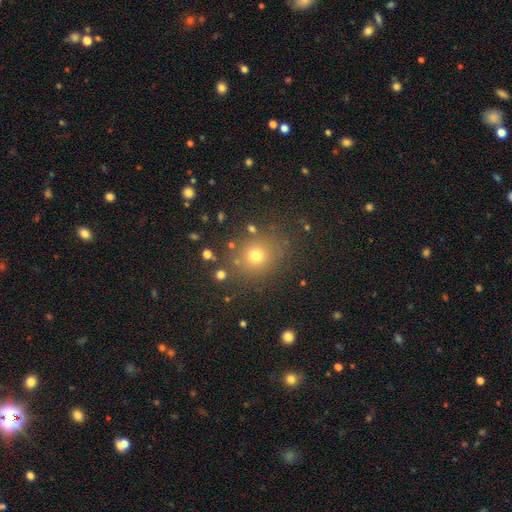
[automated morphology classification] Smooth or featured: smooth — 70% (star or artifact — 21%)
How rounded: round — 80% (in between — 19%)
Merging: none — 82% (minor disturbance — 10%)